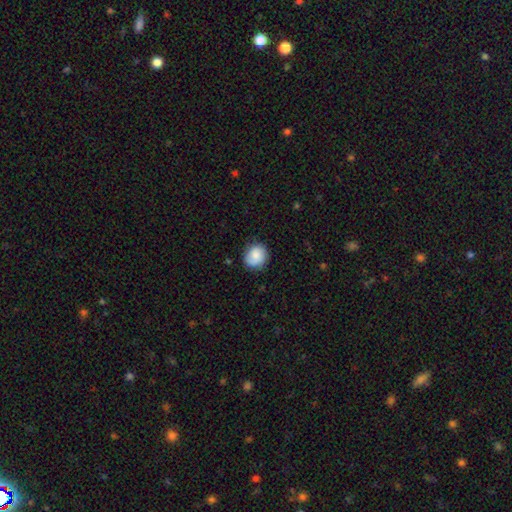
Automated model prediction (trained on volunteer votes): Smooth or featured?
  - smooth: 73% *
  - featured or disk: 20%
  - star or artifact: 7%
How rounded?
  - round: 81% *
  - in between: 18%
  - cigar-shaped: 1%
Merging?
  - none: 77% *
  - minor disturbance: 17%
  - major disturbance: 5%
  - merger: 1%